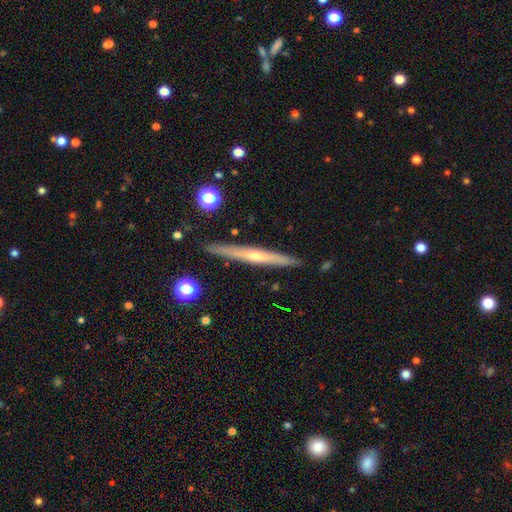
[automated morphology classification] This is likely a featured or disk galaxy (70%). It is clearly viewed edge-on (97%). Edge-on bulge: likely rounded (68%). Merging: clearly none (90%).